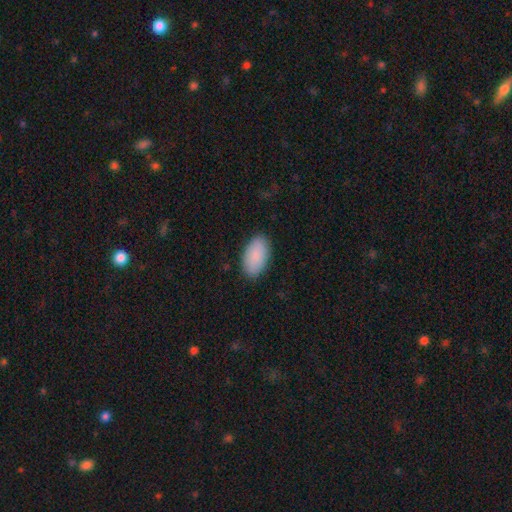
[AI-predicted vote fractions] The model was most divided on "merging": none: 88%, minor disturbance: 9%, major disturbance: 2%, merger: 1%. More confident: how rounded — in between (95%); smooth or featured — smooth (90%).